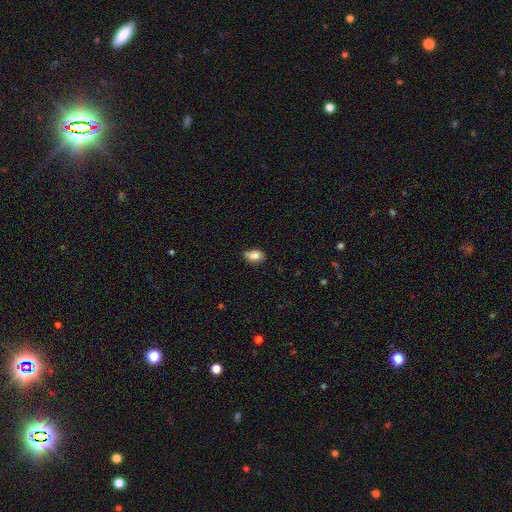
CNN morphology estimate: This appears to be a smooth galaxy with no disk features (78%) that is in between round and cigar-shaped (86%). Merging: none (65%).